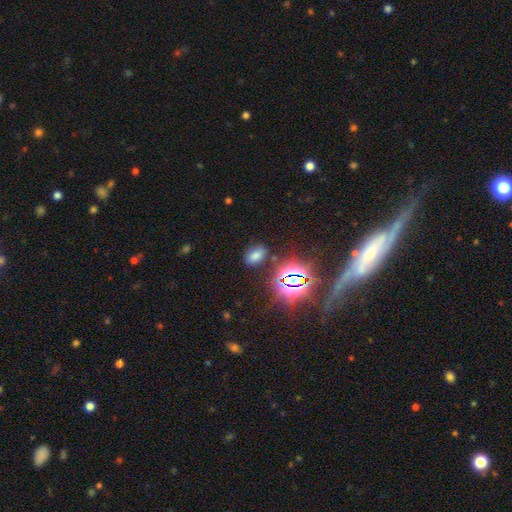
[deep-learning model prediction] Overall: smooth (60%; star or artifact 31%). How rounded: in between (87%). Merging: none (81%).